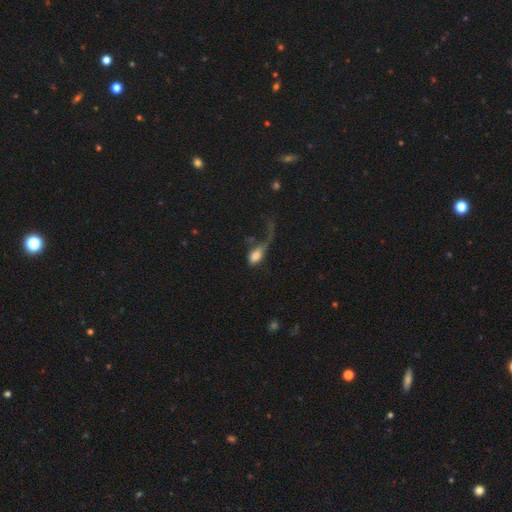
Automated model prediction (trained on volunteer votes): smooth 70%, featured or disk 22%, star or artifact 8%. Down the decision tree: how rounded — in between (85%); merging — major disturbance (59%).